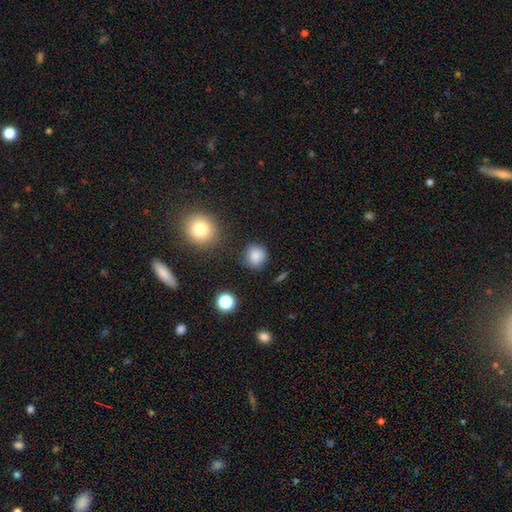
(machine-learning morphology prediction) A smooth galaxy with no disk features (84%) that is round (89%).

Vote fractions:
- Smooth or featured? smooth: 84% / star or artifact: 11% / featured or disk: 5%
- How rounded? round: 89% / in between: 10% / cigar-shaped: 1%
- Merging? none: 82% / minor disturbance: 12% / major disturbance: 3% / merger: 3%